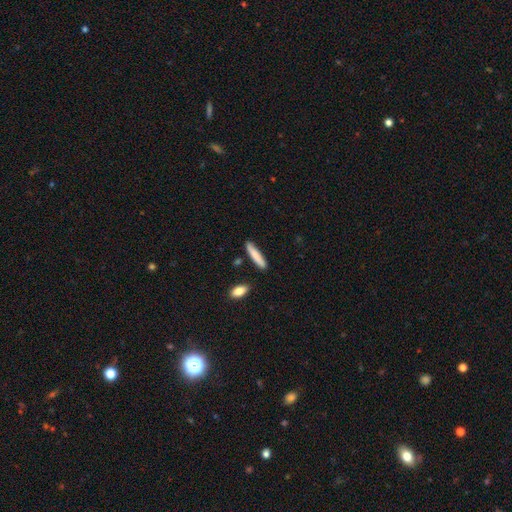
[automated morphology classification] Smooth or featured?
  - smooth: 81% *
  - featured or disk: 13%
  - star or artifact: 6%
How rounded?
  - cigar-shaped: 89% *
  - in between: 10%
  - round: 1%
Merging?
  - none: 82% *
  - minor disturbance: 12%
  - merger: 3%
  - major disturbance: 2%